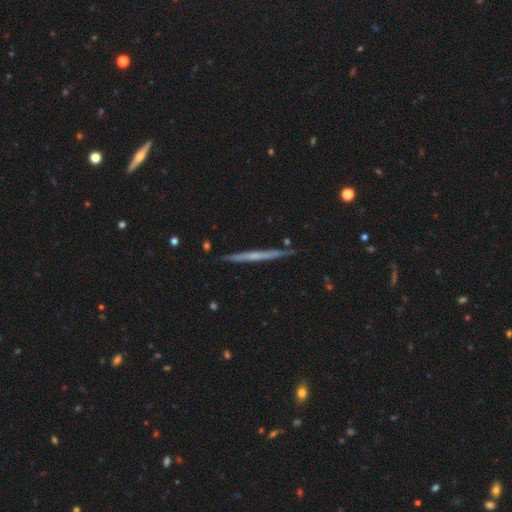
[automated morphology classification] type=featured or disk (58%); edge-on=yes (98%); edge-on bulge=none (80%); merging=none (90%).